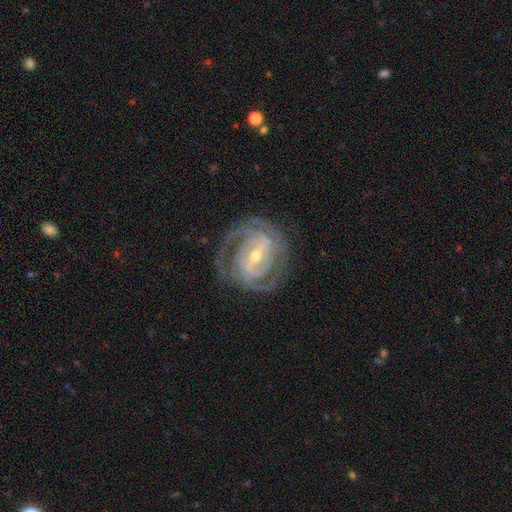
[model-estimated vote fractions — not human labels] Smooth or featured?
  - featured or disk: 91% *
  - smooth: 4%
  - star or artifact: 4%
Edge-on disk?
  - no: 97% *
  - yes: 3%
Bar?
  - strong: 47% *
  - weak: 40%
  - no: 13%
Spiral arms?
  - yes: 97% *
  - no: 3%
Spiral winding?
  - tight: 70% *
  - medium: 26%
  - loose: 4%
Spiral arm count?
  - 2: 43% *
  - 3: 26%
  - can't tell: 14%
  - 4: 8%
  - 1: 5%
  - more than 4: 4%
Bulge size?
  - moderate: 56% *
  - small: 40%
  - large: 2%
  - none: 1%
  - dominant: 1%
Merging?
  - none: 78% *
  - minor disturbance: 14%
  - major disturbance: 7%
  - merger: 1%